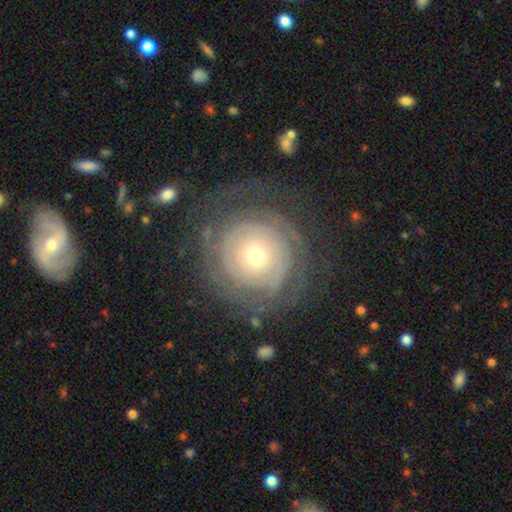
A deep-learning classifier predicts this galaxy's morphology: Smooth or featured?
  - featured or disk: 75% *
  - smooth: 18%
  - star or artifact: 7%
Edge-on disk?
  - no: 97% *
  - yes: 3%
Bar?
  - no: 85% *
  - weak: 11%
  - strong: 4%
Spiral arms?
  - yes: 83% *
  - no: 17%
Spiral winding?
  - tight: 81% *
  - medium: 13%
  - loose: 6%
Spiral arm count?
  - can't tell: 47% *
  - 2: 20%
  - 3: 11%
  - 4: 8%
  - 1: 7%
  - more than 4: 7%
Bulge size?
  - small: 52% *
  - moderate: 41%
  - large: 4%
  - dominant: 1%
  - none: 1%
Merging?
  - none: 72% *
  - minor disturbance: 14%
  - major disturbance: 12%
  - merger: 2%